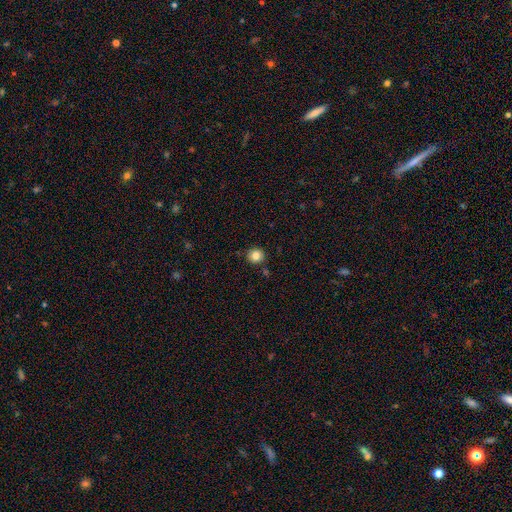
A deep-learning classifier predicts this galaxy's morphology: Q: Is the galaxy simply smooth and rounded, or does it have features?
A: smooth — 84%.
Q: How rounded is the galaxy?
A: round — 89%.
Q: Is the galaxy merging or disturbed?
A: none — 86%.